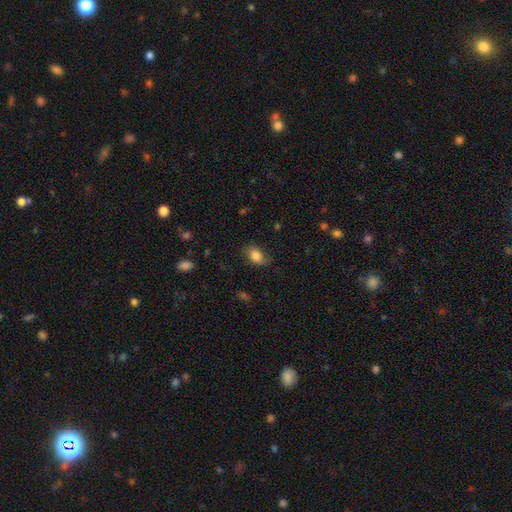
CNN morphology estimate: Q: Smooth or featured?
A: smooth (83%); runner-up: featured or disk (9%)
Q: How rounded?
A: in between (84%); runner-up: round (14%)
Q: Merging?
A: none (71%); runner-up: minor disturbance (22%)